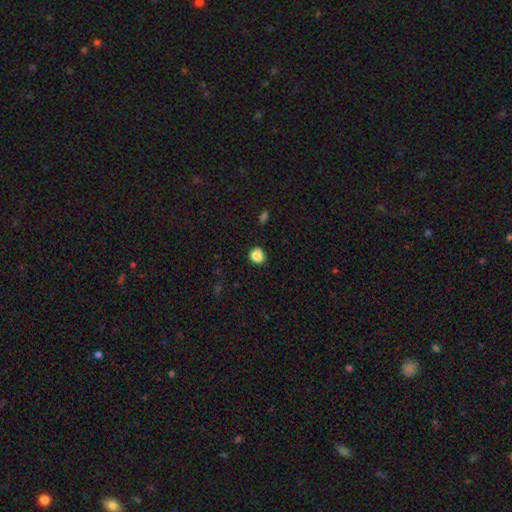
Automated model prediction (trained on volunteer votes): Smooth or featured? Predicted: smooth (p=0.84). How rounded? Predicted: round (p=0.68). Merging? Predicted: none (p=0.67).